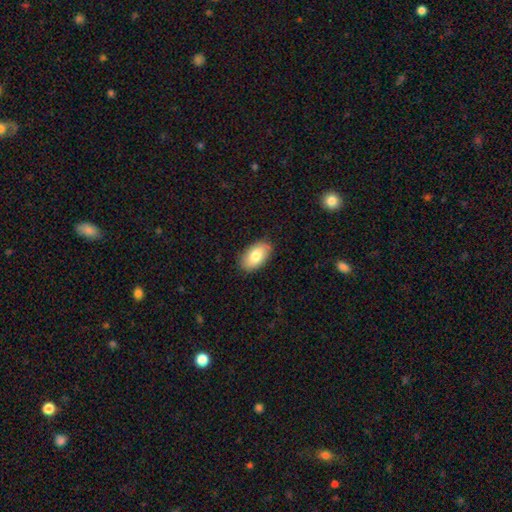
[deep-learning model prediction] Morphology: type=smooth (81%); roundness=in between (94%); merging=none (86%).